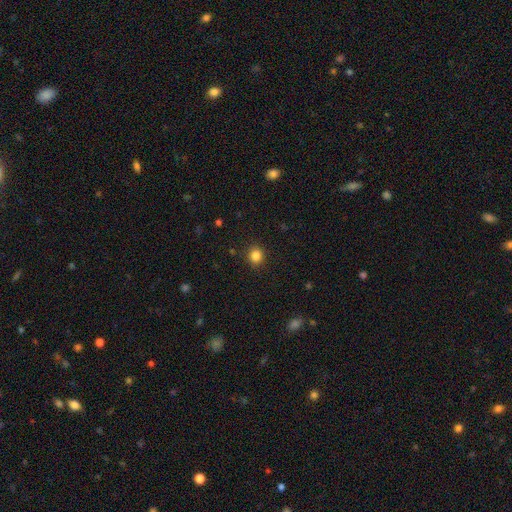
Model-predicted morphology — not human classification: Smooth or featured?
  - smooth: 84% *
  - star or artifact: 12%
  - featured or disk: 4%
How rounded?
  - round: 86% *
  - in between: 13%
  - cigar-shaped: 1%
Merging?
  - none: 91% *
  - minor disturbance: 6%
  - major disturbance: 2%
  - merger: 1%